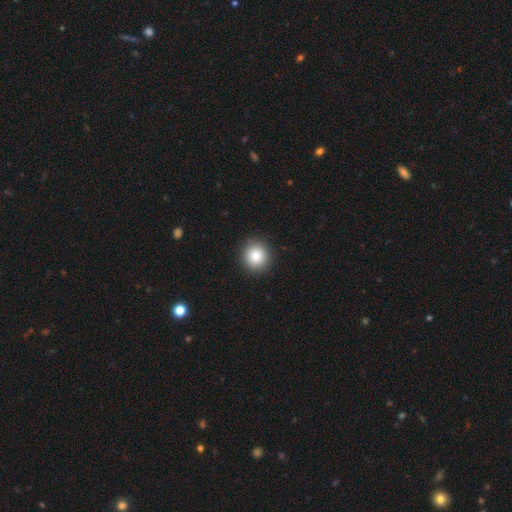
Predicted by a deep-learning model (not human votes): Q: Smooth or featured?
A: smooth (82%); runner-up: star or artifact (10%)
Q: How rounded?
A: round (91%); runner-up: in between (8%)
Q: Merging?
A: none (92%); runner-up: minor disturbance (5%)